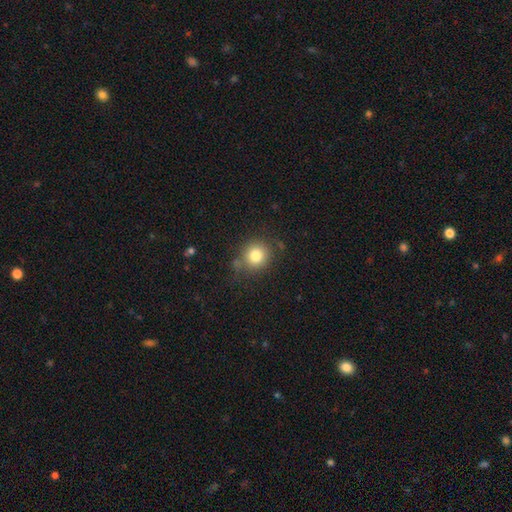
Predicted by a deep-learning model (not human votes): A smooth galaxy with no disk features (80%) that is round (85%).

Vote fractions:
- Smooth or featured? smooth: 80% / star or artifact: 11% / featured or disk: 8%
- How rounded? round: 85% / in between: 14% / cigar-shaped: 1%
- Merging? none: 75% / minor disturbance: 15% / major disturbance: 5% / merger: 4%